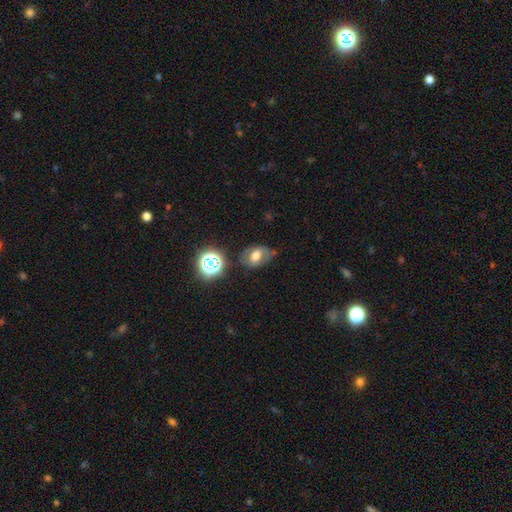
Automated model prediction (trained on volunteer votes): Smooth or featured? smooth (59%)
How rounded? in between (74%)
Merging? none (55%)